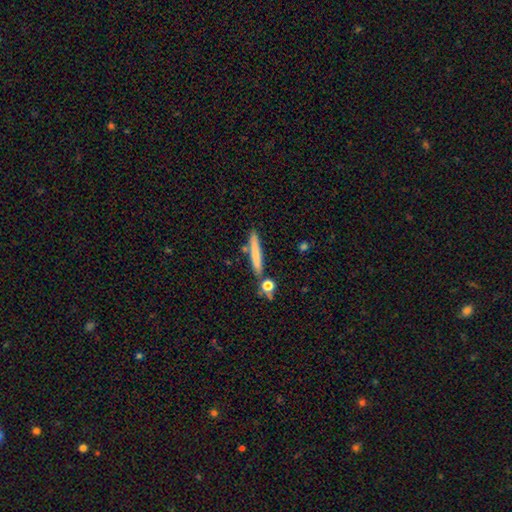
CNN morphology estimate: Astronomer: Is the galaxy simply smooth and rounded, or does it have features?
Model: smooth — 73%.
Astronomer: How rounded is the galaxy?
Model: cigar-shaped — 93%.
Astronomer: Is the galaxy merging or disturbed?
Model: none — 78%.